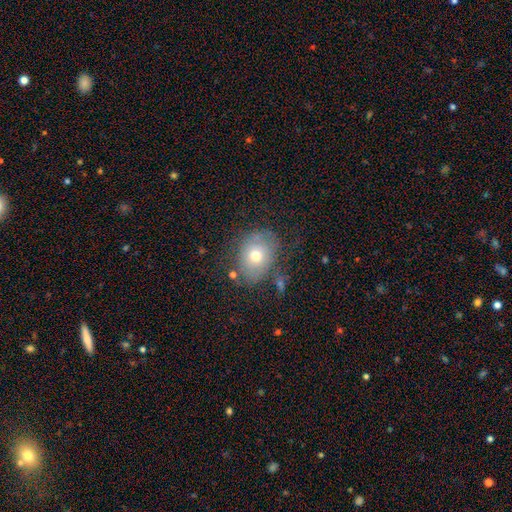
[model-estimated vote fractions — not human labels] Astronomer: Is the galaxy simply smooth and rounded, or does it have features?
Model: smooth — 64%.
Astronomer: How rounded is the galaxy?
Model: in between — 57% (runner-up: round, 42%).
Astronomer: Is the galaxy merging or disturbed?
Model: none — 67%.